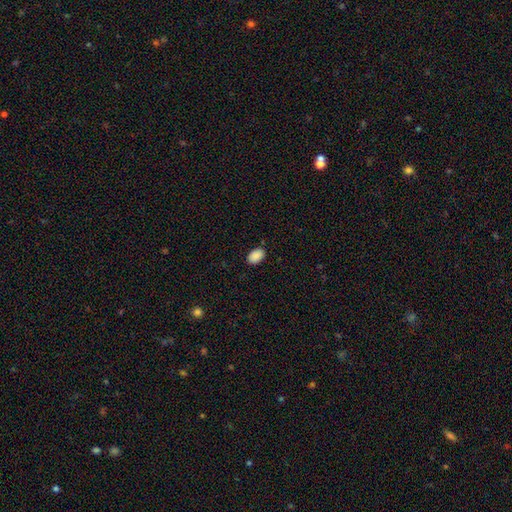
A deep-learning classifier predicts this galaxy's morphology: This appears to be a smooth galaxy with no disk features (90%) that is in between round and cigar-shaped (89%). Merging: none (86%).